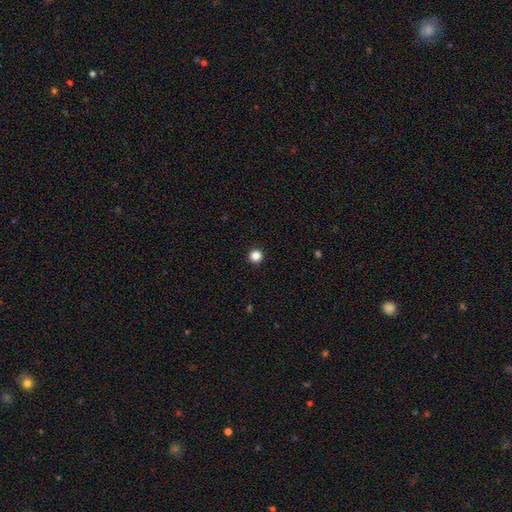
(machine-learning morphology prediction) smooth 86%, star or artifact 12%, featured or disk 3%. Down the decision tree: how rounded — round (96%); merging — none (94%).